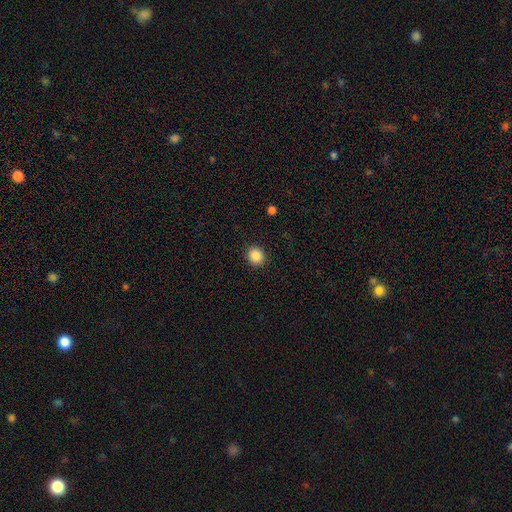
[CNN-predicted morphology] Smooth or featured? Predicted: smooth (p=0.87). How rounded? Predicted: round (p=0.83). Merging? Predicted: none (p=0.90).